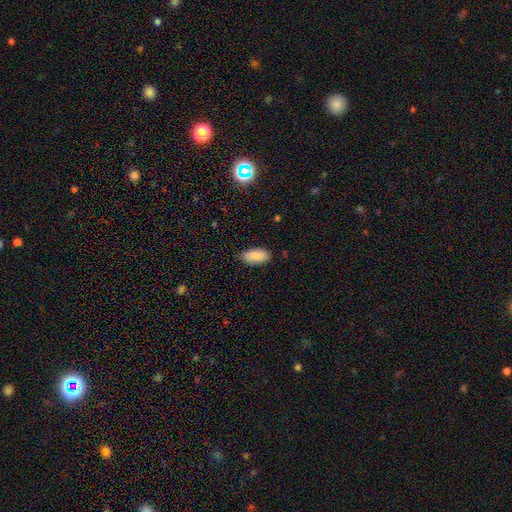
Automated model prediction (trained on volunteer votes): smooth_or_featured: smooth (p=0.88) [alt: star or artifact p=0.07]
how_rounded: in between (p=0.92) [alt: cigar-shaped p=0.06]
merging: none (p=0.85) [alt: minor disturbance p=0.12]